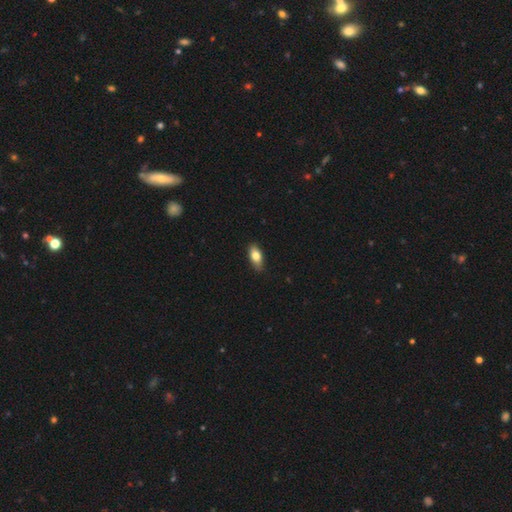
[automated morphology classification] Smooth or featured: smooth — 78% (featured or disk — 16%)
How rounded: in between — 86% (cigar-shaped — 10%)
Merging: none — 86% (minor disturbance — 11%)